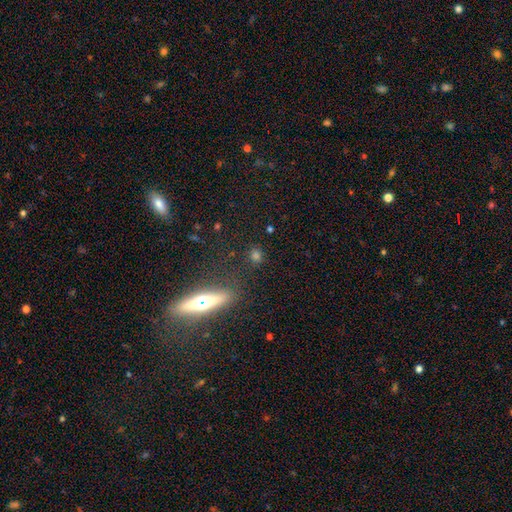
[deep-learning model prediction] The model was most divided on "how rounded": round: 61%, in between: 30%, cigar-shaped: 9%. More confident: merging — none (83%); smooth or featured — smooth (67%).